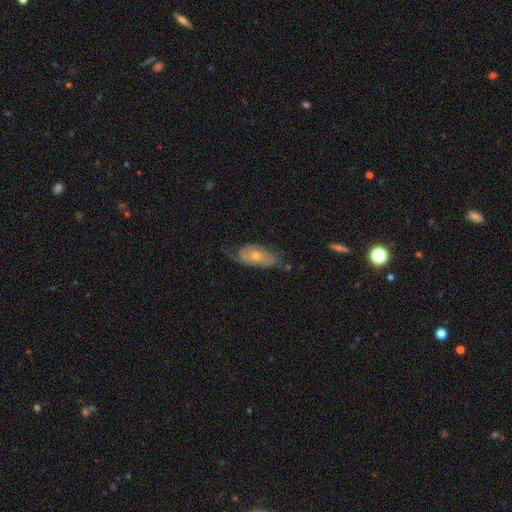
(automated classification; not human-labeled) featured or disk 67%, smooth 25%, star or artifact 8%. Down the decision tree: edge-on disk — no (89%); bar — no (78%); spiral arms — yes (81%); bulge size — moderate (49%); merging — none (56%).